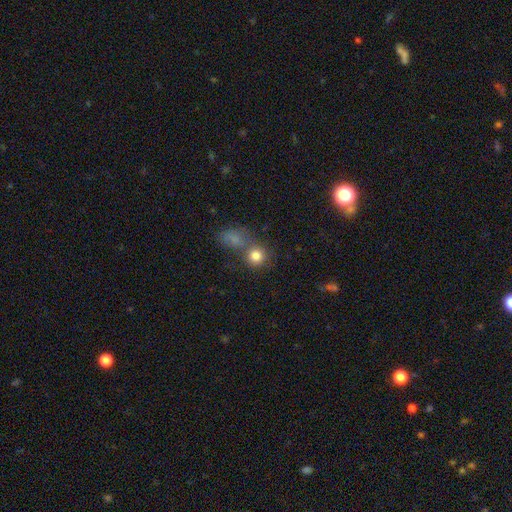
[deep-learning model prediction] A smooth galaxy with no disk features (80%) that is round (86%). Merging: none (51%).